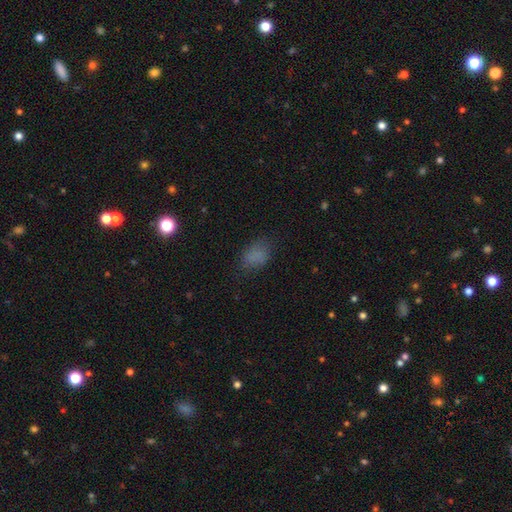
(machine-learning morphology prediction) Overall: smooth (77%). How rounded: in between (81%). Merging: none (68%).